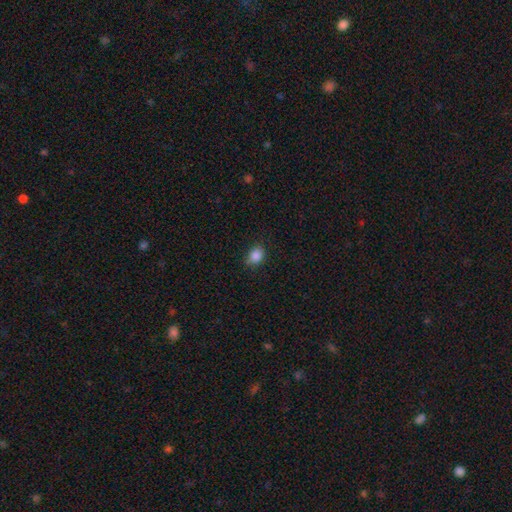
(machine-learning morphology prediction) smooth-or-featured: smooth: 86% | star or artifact: 10% | featured or disk: 4%
  how-rounded: in between: 52% | round: 47% | cigar-shaped: 1%
  merging: none: 75% | minor disturbance: 20% | major disturbance: 4% | merger: 1%